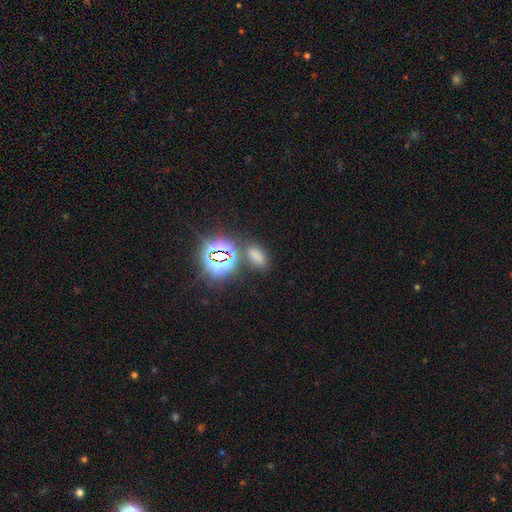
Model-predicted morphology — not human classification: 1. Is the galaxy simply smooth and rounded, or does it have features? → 60% smooth, 34% star or artifact, 6% featured or disk.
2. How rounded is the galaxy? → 83% in between, 12% round, 5% cigar-shaped.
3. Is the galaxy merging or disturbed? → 74% none, 12% minor disturbance, 10% merger, 5% major disturbance.